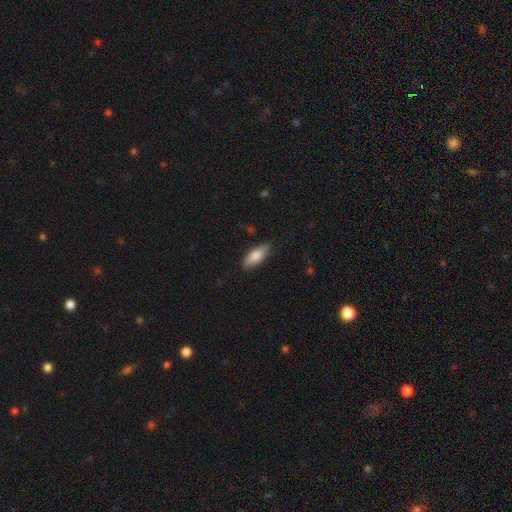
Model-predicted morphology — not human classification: Smooth or featured? smooth (84%)
How rounded? in between (77%)
Merging? none (82%)